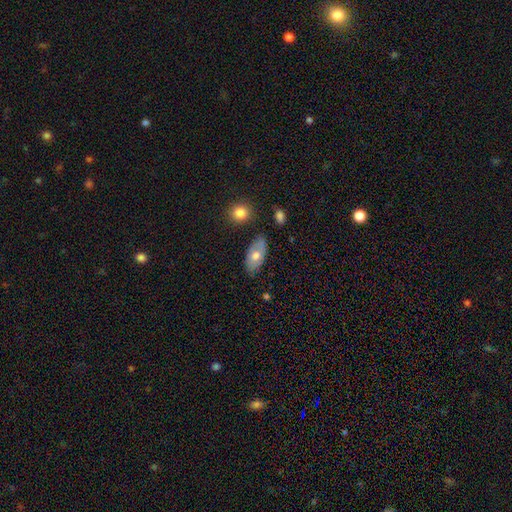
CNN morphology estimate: smooth-or-featured: smooth: 63% | featured or disk: 30% | star or artifact: 7%
  how-rounded: in between: 92% | round: 4% | cigar-shaped: 4%
  merging: none: 73% | minor disturbance: 19% | merger: 4% | major disturbance: 4%